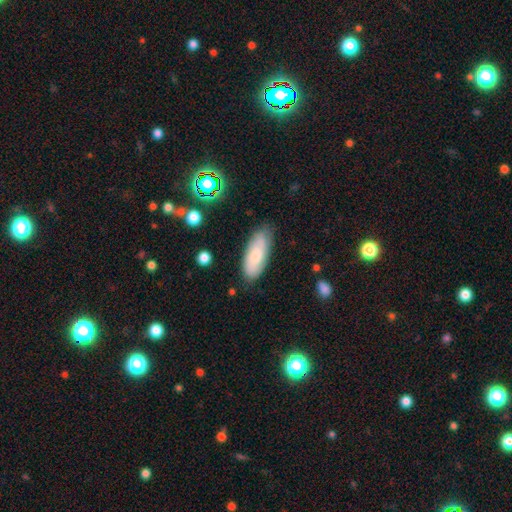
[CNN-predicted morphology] Overall: smooth (69%). How rounded: in between (76%). Merging: none (77%).